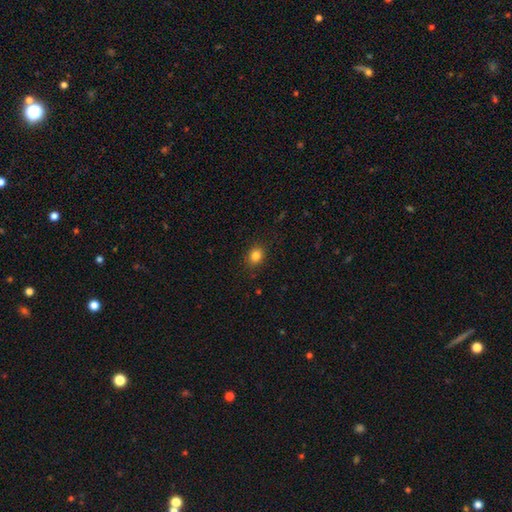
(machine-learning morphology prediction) Smooth or featured?
  - smooth: 83% *
  - star or artifact: 11%
  - featured or disk: 5%
How rounded?
  - round: 62% *
  - in between: 38%
  - cigar-shaped: 1%
Merging?
  - none: 88% *
  - minor disturbance: 8%
  - major disturbance: 2%
  - merger: 1%